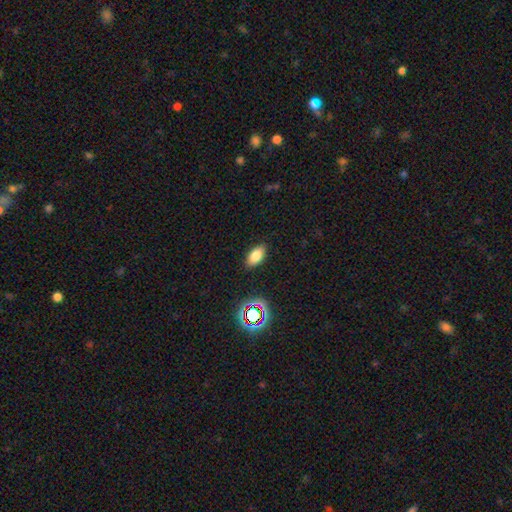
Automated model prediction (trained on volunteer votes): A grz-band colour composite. It shows a smooth galaxy with no disk features (78%) that is in between round and cigar-shaped (91%). Merging: none (87%).